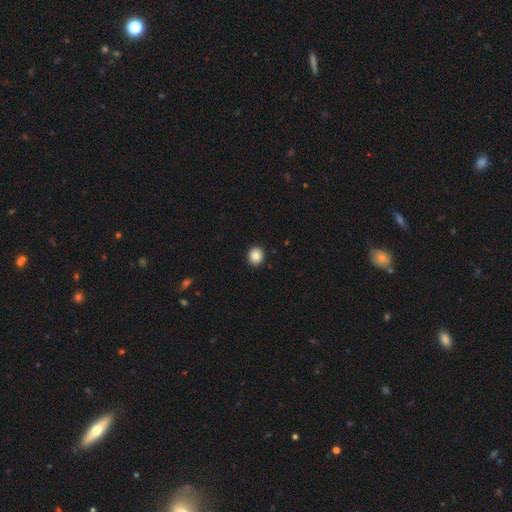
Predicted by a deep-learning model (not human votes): This is clearly a smooth galaxy (87%). How rounded: clearly round (83%). Merging: clearly none (93%).